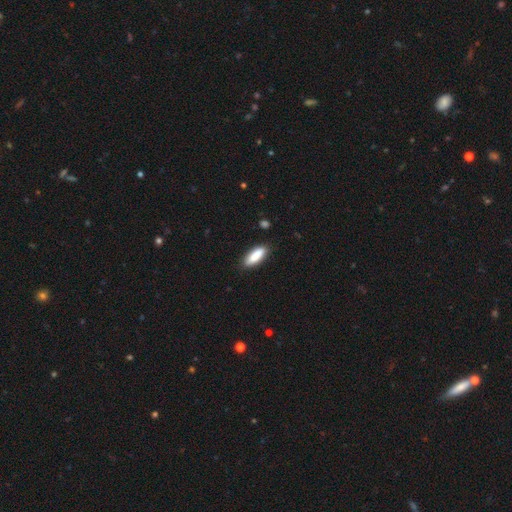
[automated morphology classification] The model was most divided on "how rounded": in between: 60%, cigar-shaped: 39%, round: 2%. More confident: smooth or featured — smooth (87%); merging — none (86%).